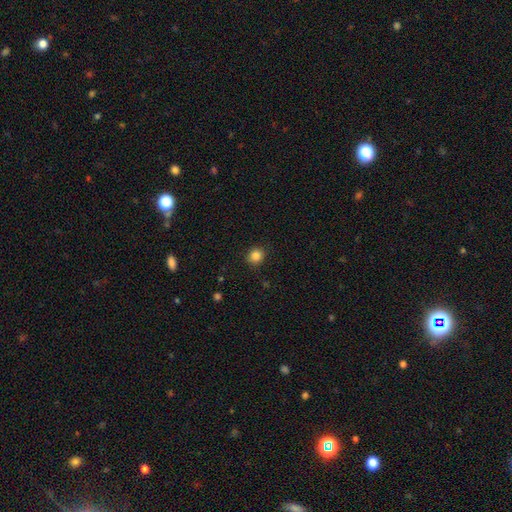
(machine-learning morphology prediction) The model was most divided on "how rounded": round: 86%, in between: 13%, cigar-shaped: 1%. More confident: merging — none (89%); smooth or featured — smooth (85%).